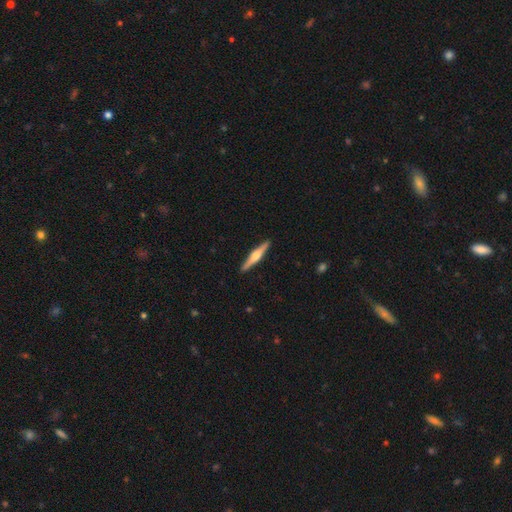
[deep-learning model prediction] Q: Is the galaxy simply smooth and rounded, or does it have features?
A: featured or disk — 66%.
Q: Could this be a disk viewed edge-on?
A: yes — 98%.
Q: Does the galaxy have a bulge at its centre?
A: rounded — 86%.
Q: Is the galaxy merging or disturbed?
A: none — 92%.